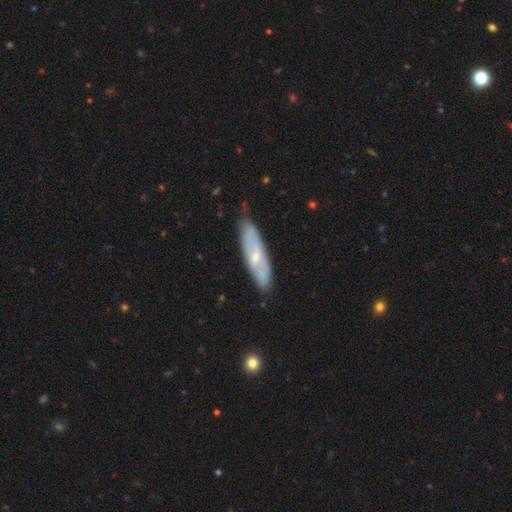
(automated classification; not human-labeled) This is possibly a featured or disk galaxy (56%). It is likely not viewed edge-on (62%). Merging: likely none (77%).